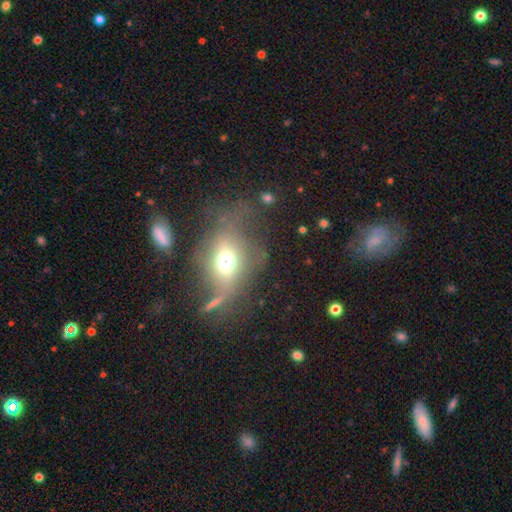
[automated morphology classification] A smooth galaxy with no disk features (43%). Merging: none (44%).